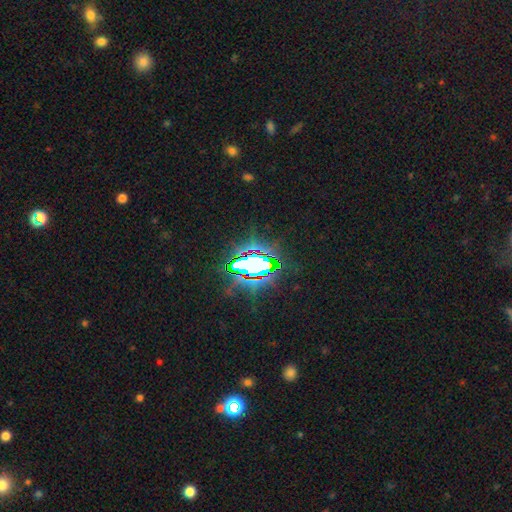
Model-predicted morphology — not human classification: This appears to be a star or artifact, not a galaxy (81%).